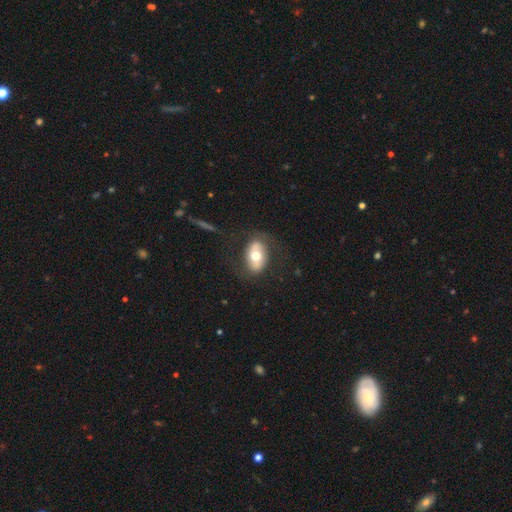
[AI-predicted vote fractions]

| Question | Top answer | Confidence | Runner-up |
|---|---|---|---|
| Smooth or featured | smooth | 51% | featured or disk (42%) |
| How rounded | in between | 83% | round (15%) |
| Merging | none | 73% | minor disturbance (15%) |